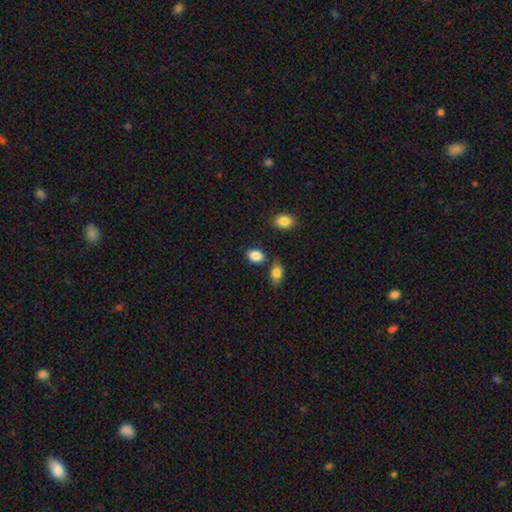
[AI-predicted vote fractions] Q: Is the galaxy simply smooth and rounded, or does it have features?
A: smooth — 87%.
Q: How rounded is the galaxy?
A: in between — 80%.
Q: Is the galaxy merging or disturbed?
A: none — 74%.